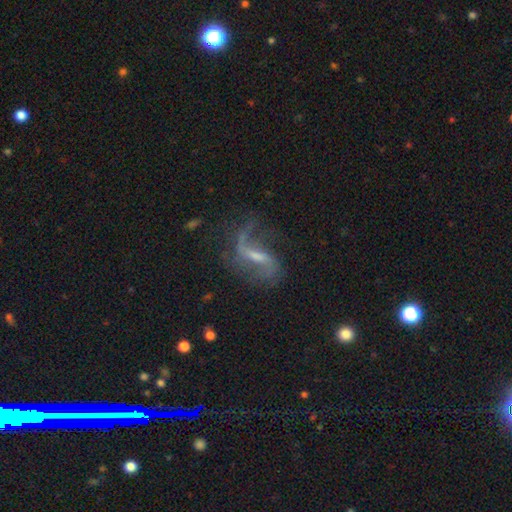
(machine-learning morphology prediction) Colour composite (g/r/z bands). It shows a featured or disk galaxy (82%) with a weak bar (50%), 2 (77%) loose (77%) spiral arms (92%) and a small central bulge (42%). Merging: none (51%).